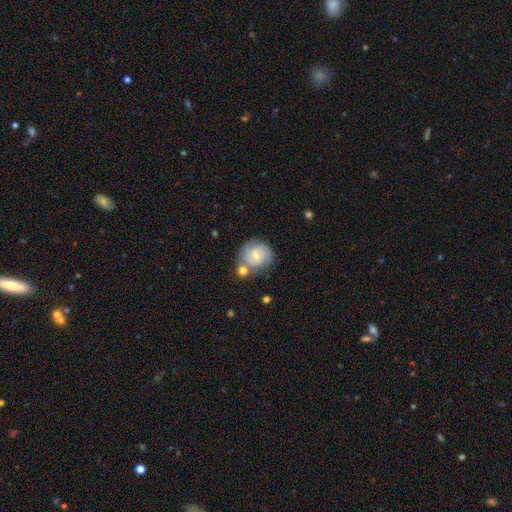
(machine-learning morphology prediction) This is possibly a featured or disk galaxy (58%). It is clearly not viewed edge-on (98%). Bar: possibly no (56%). Spiral arm pattern: clearly yes (87%). Central bulge: likely small (62%). Merging: possibly none (52%).